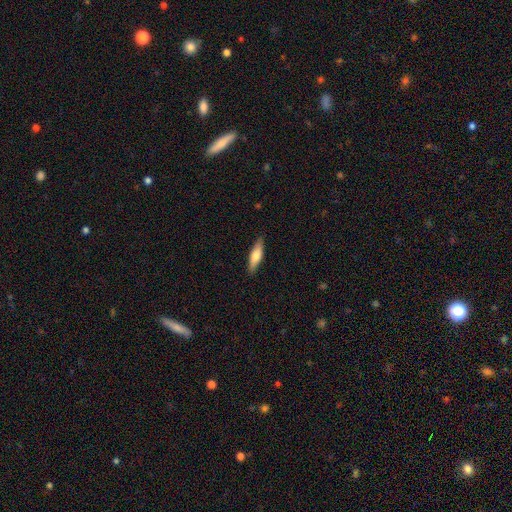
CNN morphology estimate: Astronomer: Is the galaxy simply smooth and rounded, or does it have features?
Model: smooth — 66%.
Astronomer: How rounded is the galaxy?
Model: cigar-shaped — 61% (runner-up: in between, 38%).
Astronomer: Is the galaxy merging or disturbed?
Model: none — 87%.